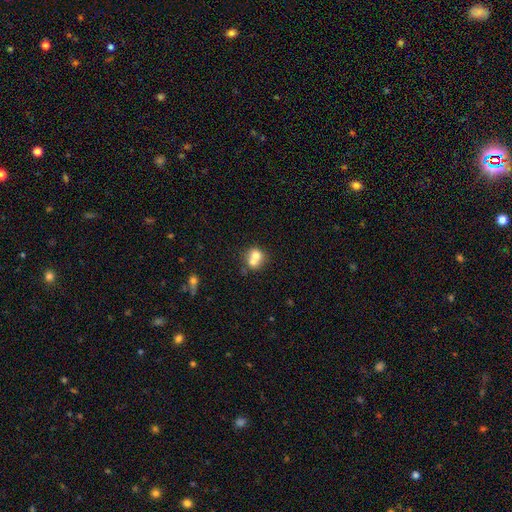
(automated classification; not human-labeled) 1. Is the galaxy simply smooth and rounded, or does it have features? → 67% smooth, 22% featured or disk, 11% star or artifact.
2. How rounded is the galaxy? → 76% round, 23% in between, 1% cigar-shaped.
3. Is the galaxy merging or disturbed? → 63% merger, 28% none, 6% minor disturbance, 3% major disturbance.